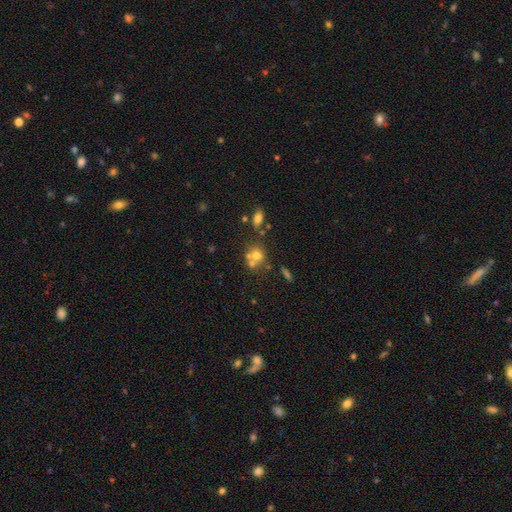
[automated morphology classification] This is likely a smooth galaxy (61%). How rounded: likely round (72%). Merging: marginally merger (44%).